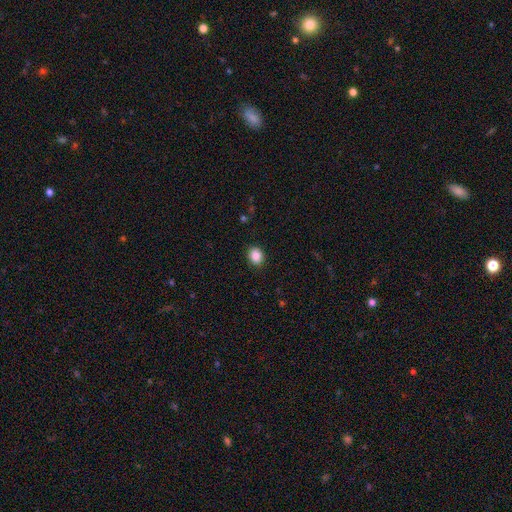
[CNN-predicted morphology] smooth-or-featured: smooth: 88% | star or artifact: 9% | featured or disk: 3%
  how-rounded: round: 55% | in between: 44% | cigar-shaped: 1%
  merging: none: 89% | minor disturbance: 8% | major disturbance: 2% | merger: 1%